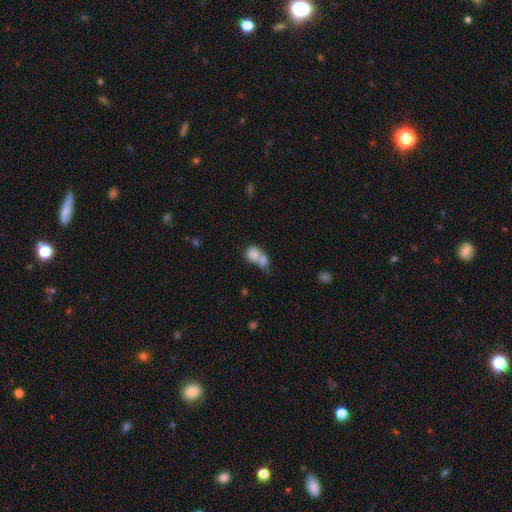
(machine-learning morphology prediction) smooth_or_featured: smooth (p=0.79) [alt: featured or disk p=0.13]
how_rounded: in between (p=0.50) [alt: round p=0.48]
merging: merger (p=0.69) [alt: none p=0.18]